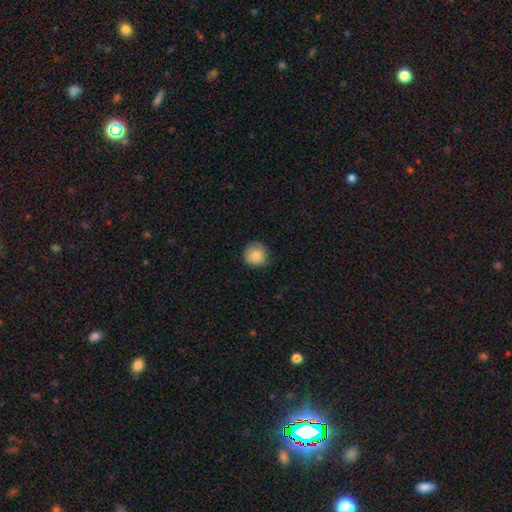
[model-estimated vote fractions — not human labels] Smooth or featured: smooth — 85% (star or artifact — 8%)
How rounded: round — 93% (in between — 6%)
Merging: none — 83% (minor disturbance — 14%)